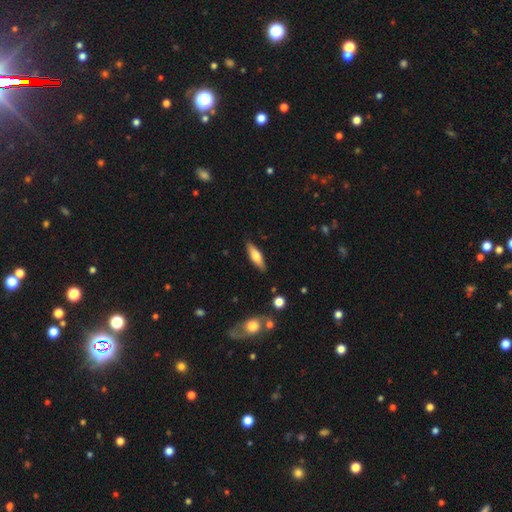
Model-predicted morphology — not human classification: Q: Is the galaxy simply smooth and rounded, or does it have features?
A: smooth — 58%.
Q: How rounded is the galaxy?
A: cigar-shaped — 60%.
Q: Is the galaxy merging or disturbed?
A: none — 86%.